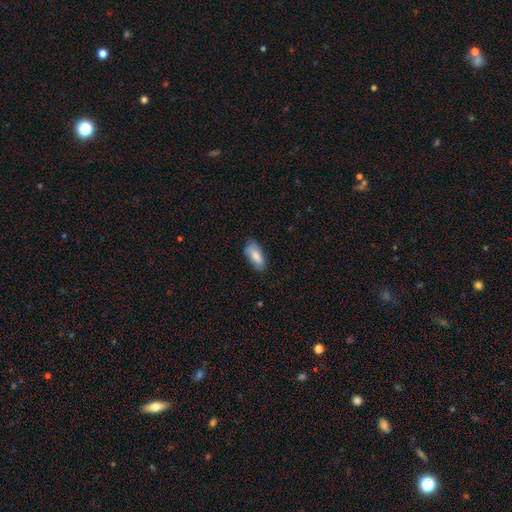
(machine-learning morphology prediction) Smooth or featured? smooth (80%)
How rounded? in between (87%)
Merging? none (76%)